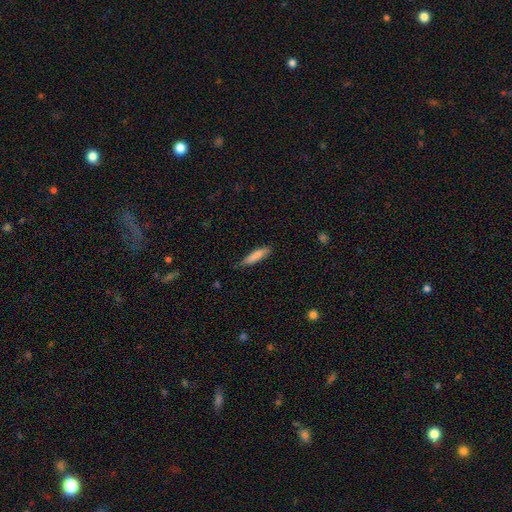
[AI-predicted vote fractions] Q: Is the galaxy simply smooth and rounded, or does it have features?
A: smooth — 83%.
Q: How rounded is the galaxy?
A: cigar-shaped — 79%.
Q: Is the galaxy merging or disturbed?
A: none — 79%.